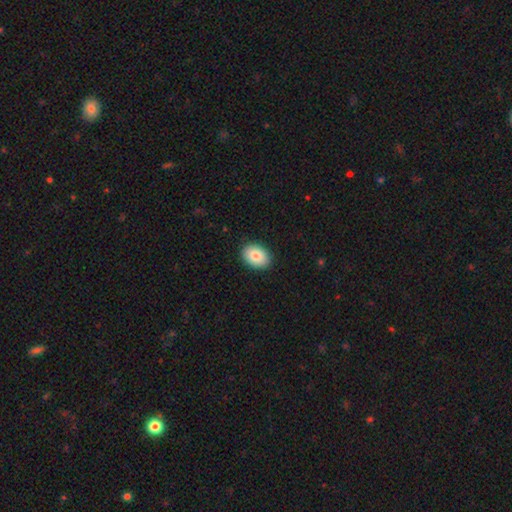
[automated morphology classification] A smooth galaxy with no disk features (84%) that is in between round and cigar-shaped (77%). Merging: none (90%).